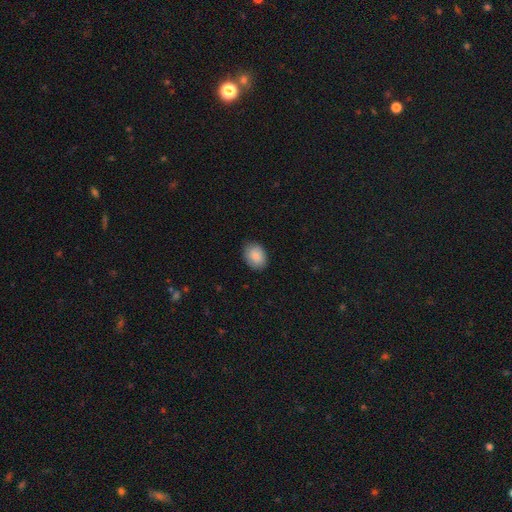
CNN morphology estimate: Smooth or featured?
  - smooth: 89% *
  - star or artifact: 7%
  - featured or disk: 5%
How rounded?
  - in between: 70% *
  - round: 29%
  - cigar-shaped: 1%
Merging?
  - none: 85% *
  - minor disturbance: 12%
  - major disturbance: 2%
  - merger: 1%